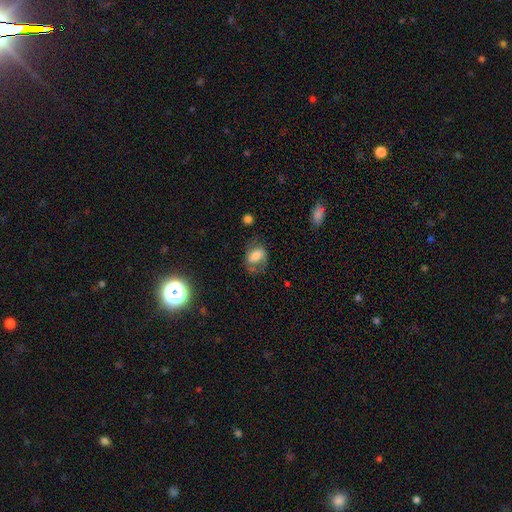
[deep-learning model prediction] A smooth galaxy with no disk features (62%) that is in between round and cigar-shaped (79%).

Vote fractions:
- Smooth or featured? smooth: 62% / featured or disk: 28% / star or artifact: 10%
- How rounded? in between: 79% / round: 19% / cigar-shaped: 2%
- Merging? none: 53% / minor disturbance: 25% / major disturbance: 19% / merger: 3%